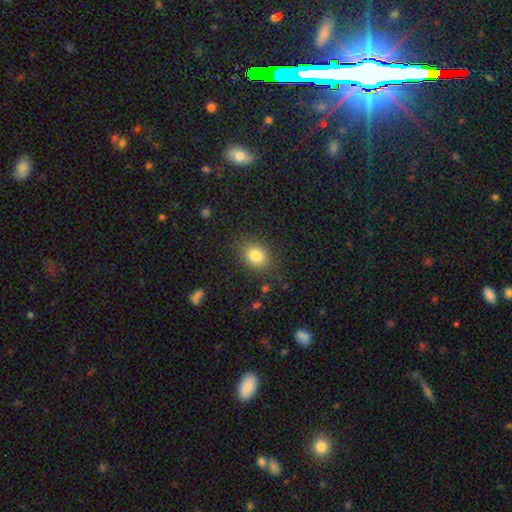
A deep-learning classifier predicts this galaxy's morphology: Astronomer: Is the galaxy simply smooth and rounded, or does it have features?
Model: smooth — 82%.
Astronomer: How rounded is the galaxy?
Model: in between — 54% (runner-up: round, 45%).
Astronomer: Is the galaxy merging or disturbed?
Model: none — 84%.